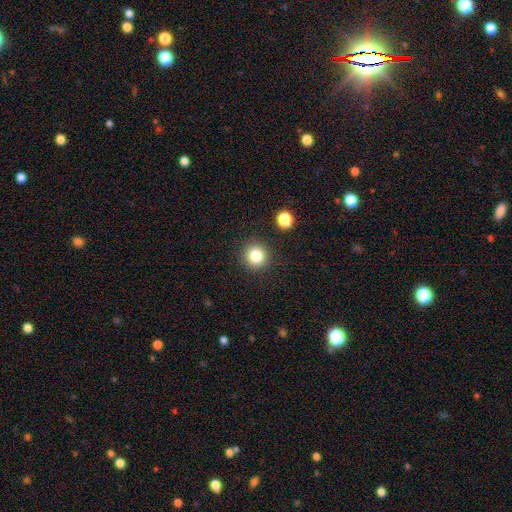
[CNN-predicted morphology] Smooth or featured? smooth (82%)
How rounded? round (93%)
Merging? none (89%)